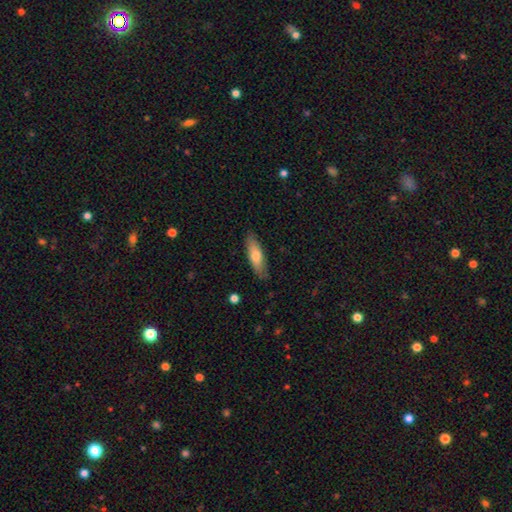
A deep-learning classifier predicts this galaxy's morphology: This appears to be a smooth galaxy with no disk features (70%) that is cigar-shaped (50%). Merging: none (84%).